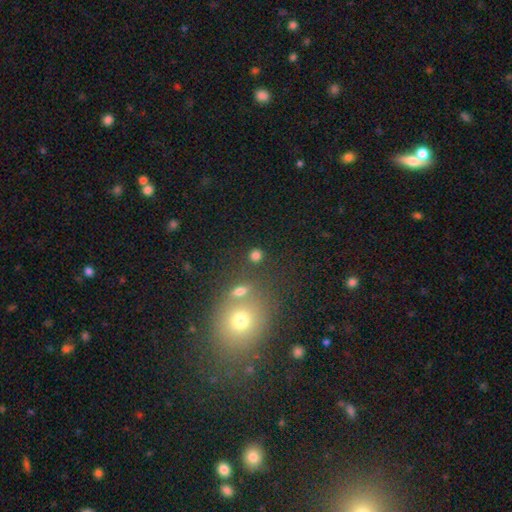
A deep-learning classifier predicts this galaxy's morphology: This appears to be a smooth galaxy with no disk features (79%) that is round (87%). Merging: none (76%).